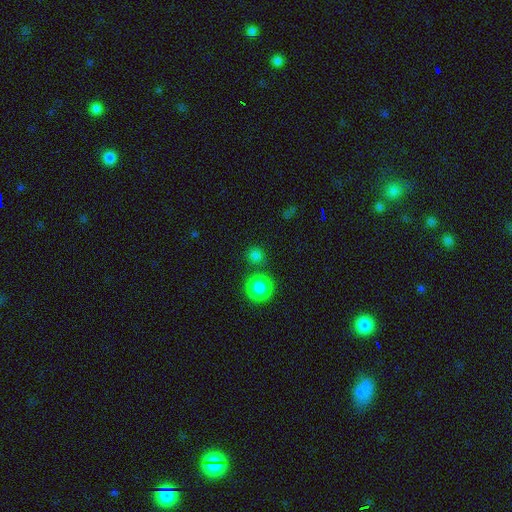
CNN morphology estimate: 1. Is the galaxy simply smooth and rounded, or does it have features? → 81% smooth, 15% star or artifact, 4% featured or disk.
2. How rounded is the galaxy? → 91% round, 8% in between, 1% cigar-shaped.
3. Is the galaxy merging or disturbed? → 78% none, 12% merger, 7% minor disturbance, 3% major disturbance.